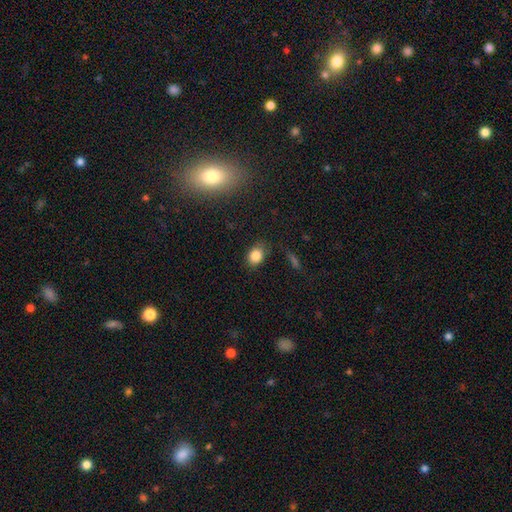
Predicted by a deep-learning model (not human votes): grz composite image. It shows a smooth galaxy with no disk features (84%) that is in between round and cigar-shaped (58%). Merging: none (74%).